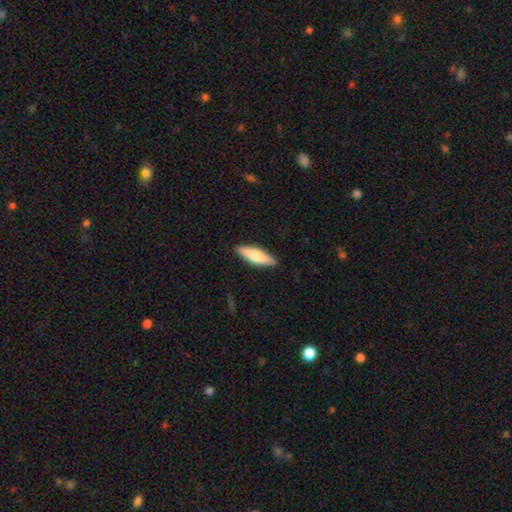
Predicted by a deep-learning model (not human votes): Smooth or featured? smooth (69%)
How rounded? cigar-shaped (57%)
Merging? none (89%)